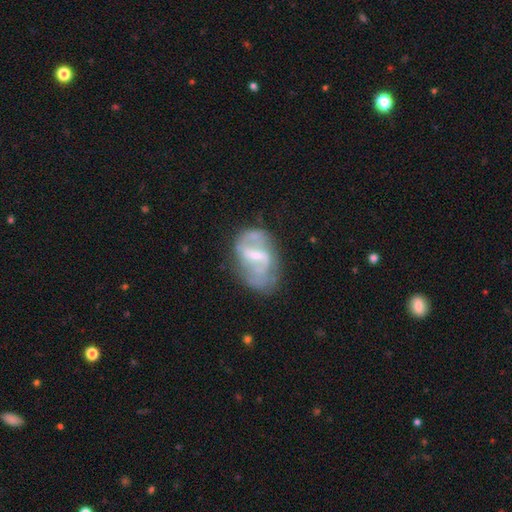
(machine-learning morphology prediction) Smooth or featured: featured or disk — 73% (smooth — 20%)
Edge-on disk: no — 96% (yes — 4%)
Bar: weak — 47% (strong — 37%)
Spiral arms: yes — 65% (no — 35%)
Bulge size: small — 52% (moderate — 34%)
Merging: none — 50% (minor disturbance — 26%)